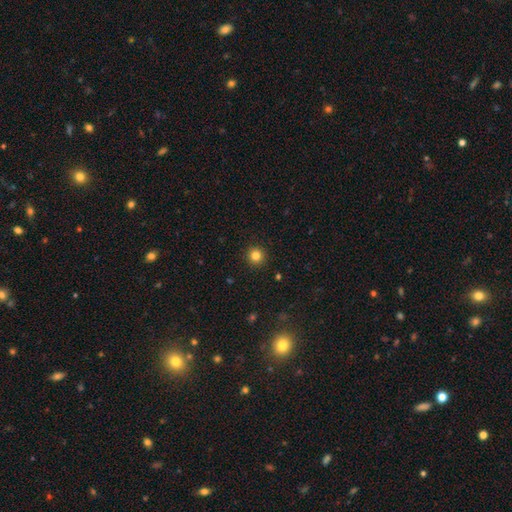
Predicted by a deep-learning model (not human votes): Smooth or featured? smooth (82%)
How rounded? round (95%)
Merging? none (93%)